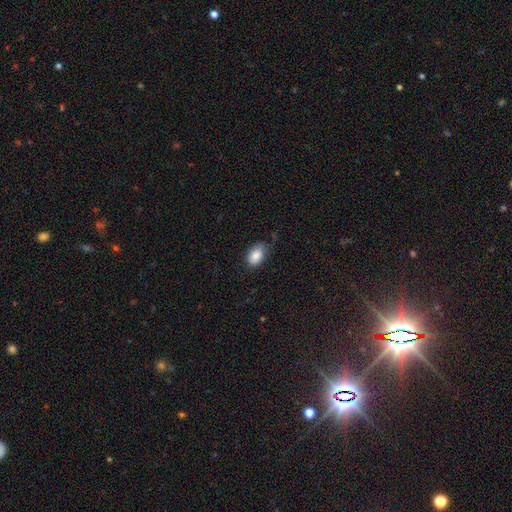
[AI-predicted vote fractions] Smooth or featured? Predicted: smooth (p=0.87). How rounded? Predicted: in between (p=0.89). Merging? Predicted: none (p=0.68).